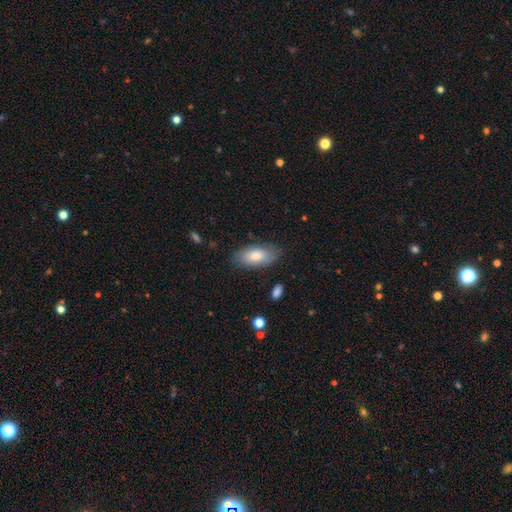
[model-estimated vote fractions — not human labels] Morphology: type=smooth (76%); roundness=in between (91%); merging=none (81%).